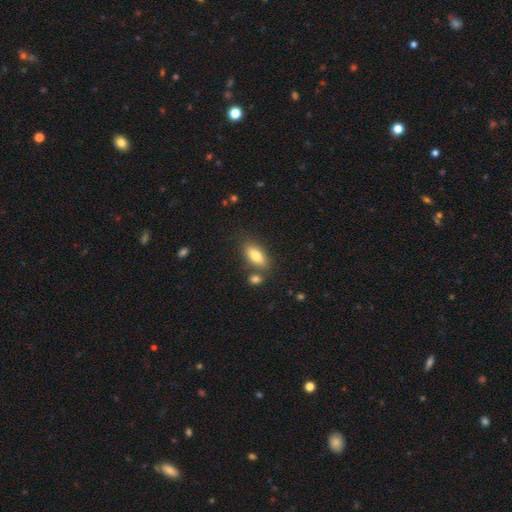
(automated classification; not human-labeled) Smooth or featured: smooth — 81% (featured or disk — 12%)
How rounded: in between — 85% (cigar-shaped — 12%)
Merging: none — 70% (merger — 13%)